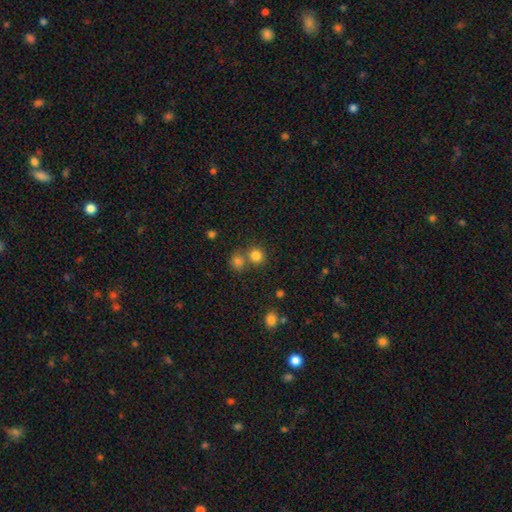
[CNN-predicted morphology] type=smooth (81%); roundness=round (85%); merging=none (58%).